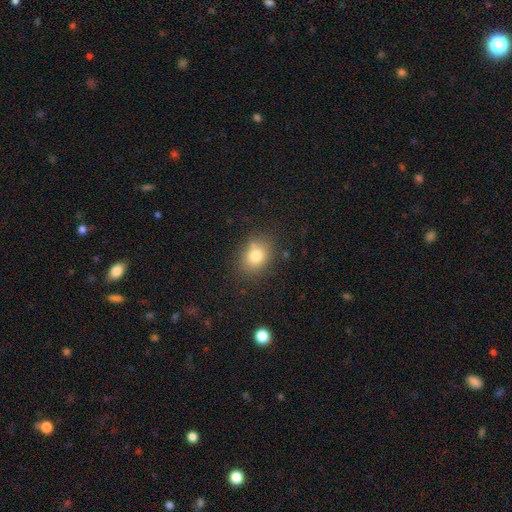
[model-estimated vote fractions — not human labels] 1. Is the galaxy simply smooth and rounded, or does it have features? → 79% smooth, 11% star or artifact, 10% featured or disk.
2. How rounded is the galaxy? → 50% round, 49% in between, 1% cigar-shaped.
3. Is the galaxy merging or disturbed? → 76% none, 14% minor disturbance, 6% merger, 4% major disturbance.